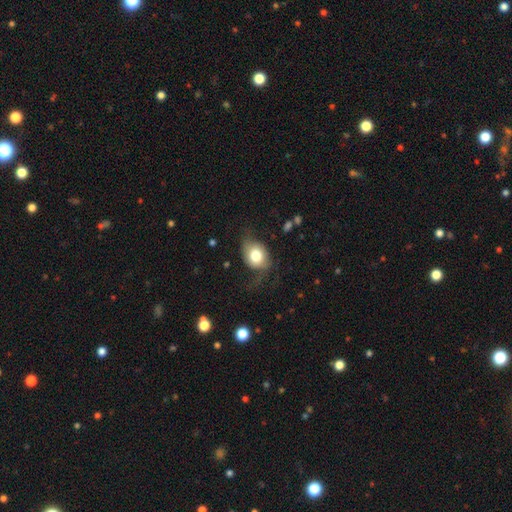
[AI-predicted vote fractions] Morphology: type=smooth (67%); roundness=round (50%); merging=none (47%).